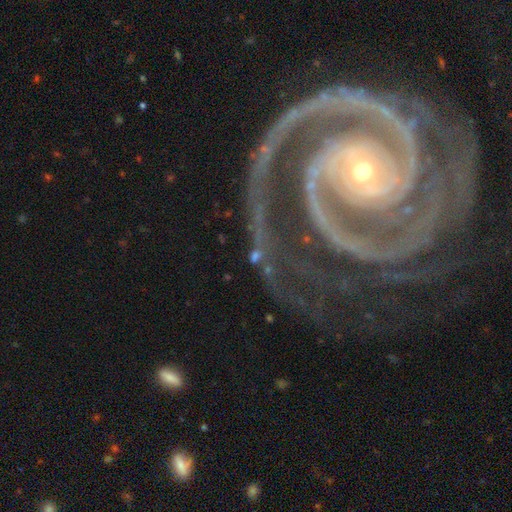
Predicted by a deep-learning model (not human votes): A star or artifact, not a galaxy (42%).